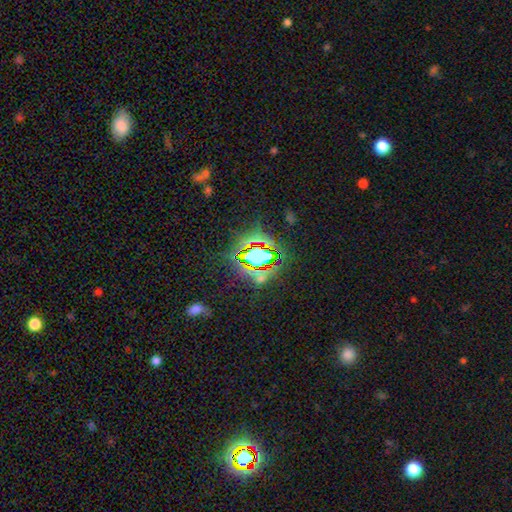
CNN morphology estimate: star or artifact 69%, smooth 19%, featured or disk 12%.